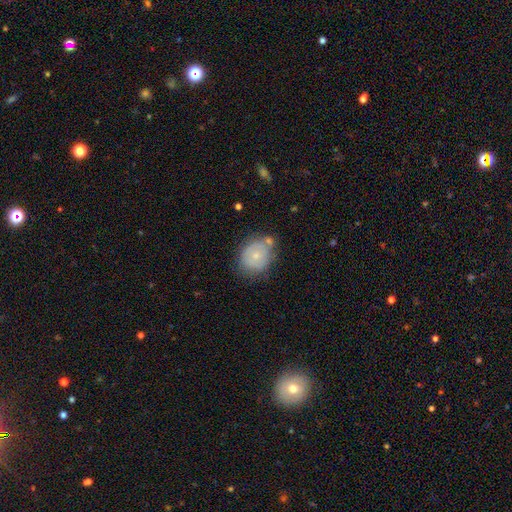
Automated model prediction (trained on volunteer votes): A smooth galaxy with no disk features (55%) that is round (53%). Merging: none (55%).